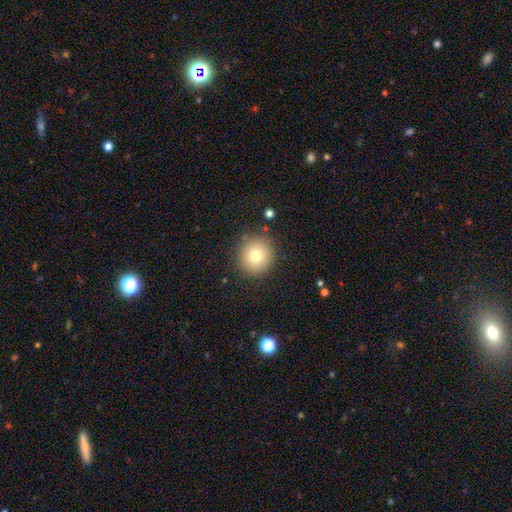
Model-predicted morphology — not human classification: smooth 77%, star or artifact 12%, featured or disk 12%. Down the decision tree: how rounded — round (93%); merging — none (88%).